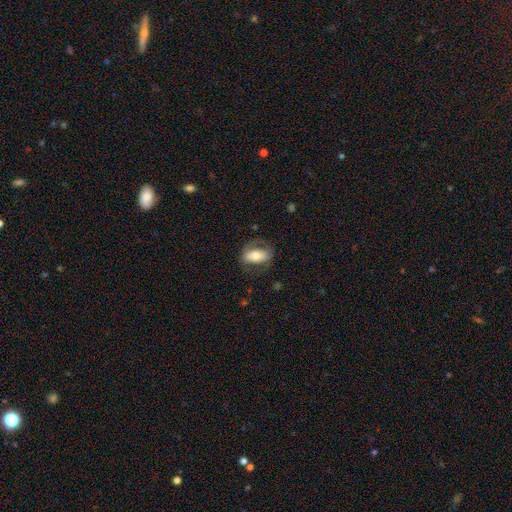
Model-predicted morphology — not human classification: Smooth or featured?
  - smooth: 55% *
  - featured or disk: 39%
  - star or artifact: 6%
How rounded?
  - in between: 88% *
  - round: 7%
  - cigar-shaped: 6%
Merging?
  - none: 65% *
  - minor disturbance: 20%
  - major disturbance: 14%
  - merger: 1%